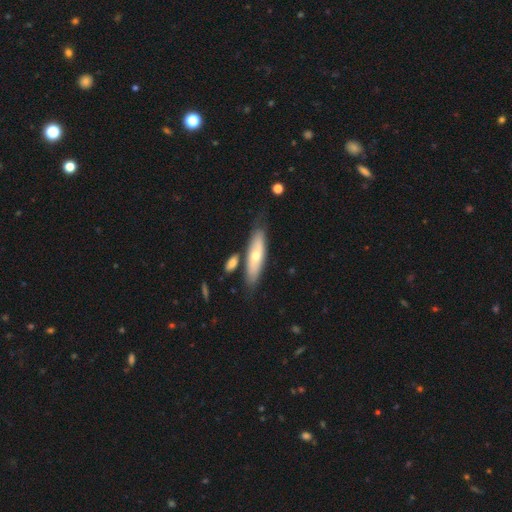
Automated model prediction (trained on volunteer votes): Smooth or featured: smooth — 55% (featured or disk — 39%)
How rounded: cigar-shaped — 59% (in between — 39%)
Merging: none — 72% (minor disturbance — 15%)